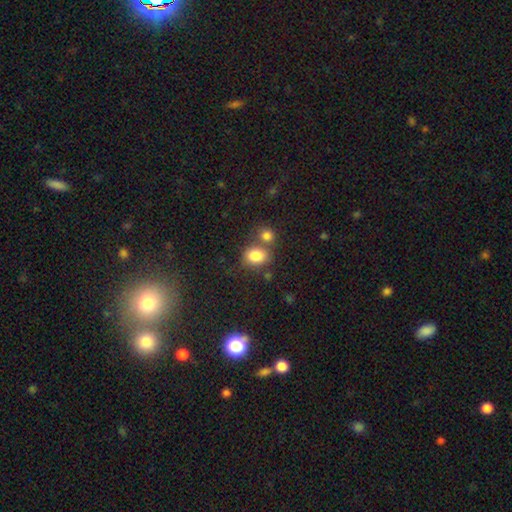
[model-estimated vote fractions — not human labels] This is clearly a smooth galaxy (82%). How rounded: possibly in between (54%). Merging: possibly none (51%).